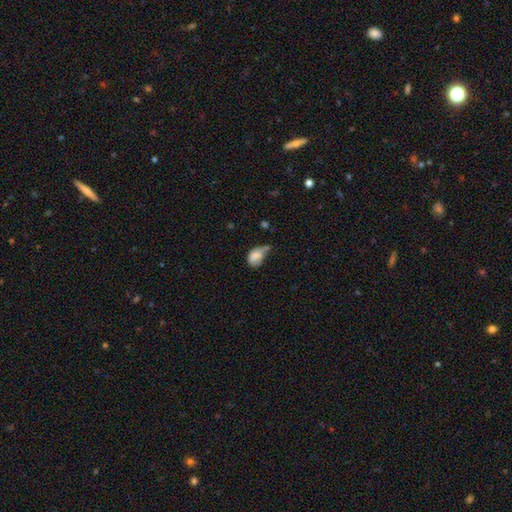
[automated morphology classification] A smooth galaxy with no disk features (76%) that is in between round and cigar-shaped (81%). Merging: minor disturbance (41%).